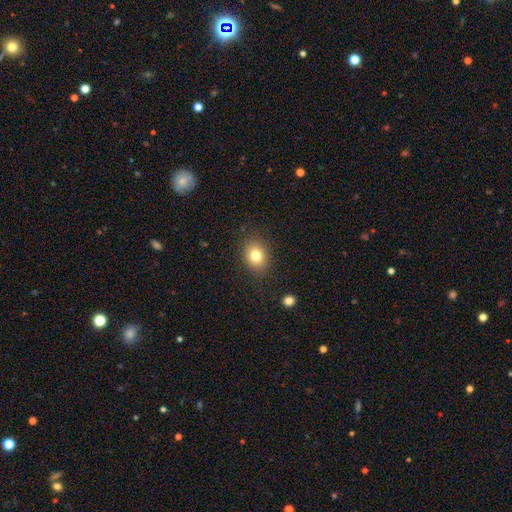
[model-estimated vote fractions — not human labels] smooth_or_featured: smooth (p=0.79) [alt: star or artifact p=0.11]
how_rounded: round (p=0.52) [alt: in between p=0.47]
merging: none (p=0.86) [alt: minor disturbance p=0.09]